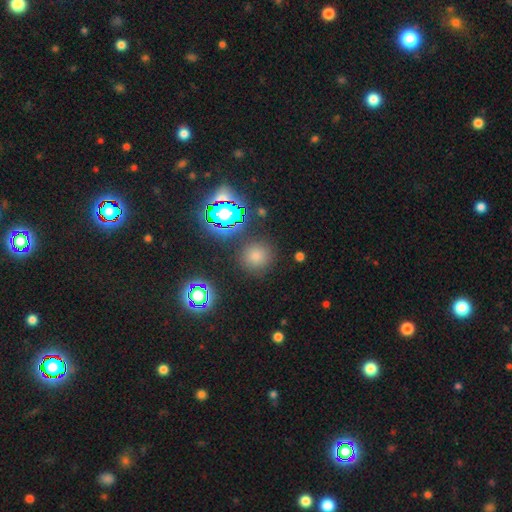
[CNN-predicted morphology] The model was most divided on "smooth or featured": smooth: 67%, star or artifact: 25%, featured or disk: 7%. More confident: how rounded — round (91%); merging — none (85%).